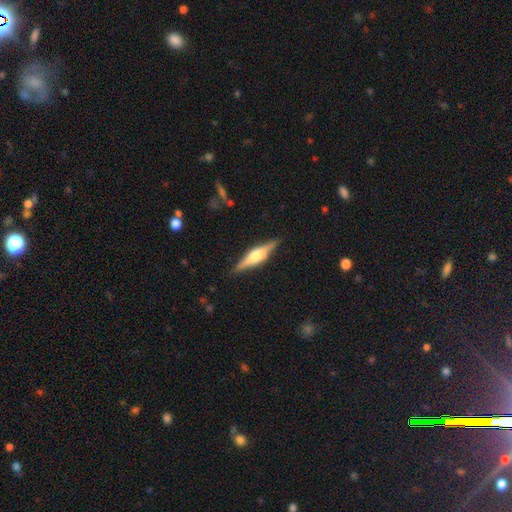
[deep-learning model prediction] Smooth or featured? Predicted: featured or disk (p=0.70). Edge-on disk? Predicted: yes (p=0.97). Edge-on bulge? Predicted: rounded (p=0.83). Merging? Predicted: none (p=0.86).